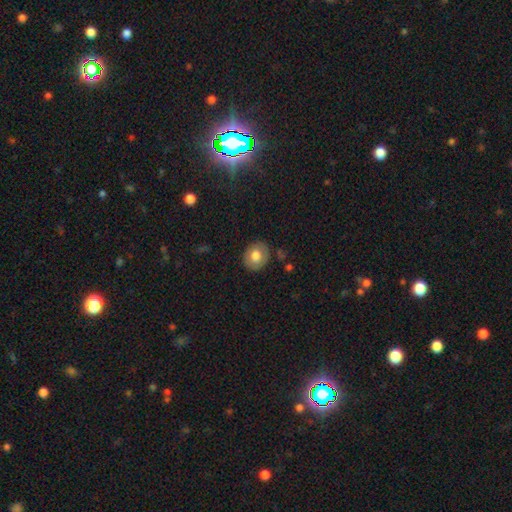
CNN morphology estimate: Q: Smooth or featured?
A: smooth (73%); runner-up: featured or disk (20%)
Q: How rounded?
A: round (60%); runner-up: in between (39%)
Q: Merging?
A: none (85%); runner-up: minor disturbance (11%)